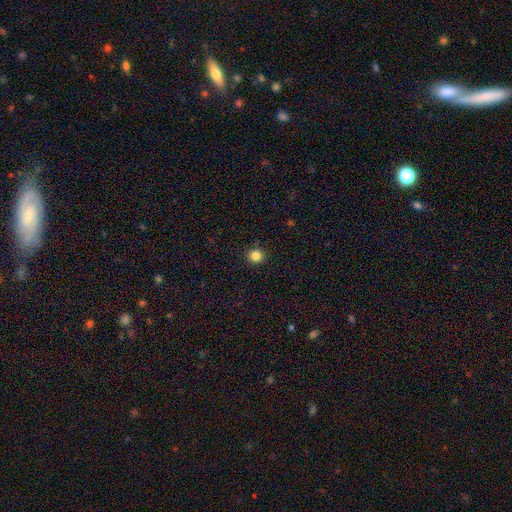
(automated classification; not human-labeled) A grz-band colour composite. It shows a smooth galaxy with no disk features (84%) that is round (93%). Merging: none (91%).